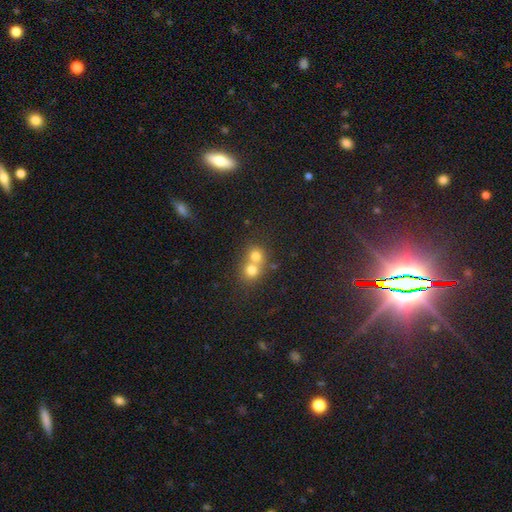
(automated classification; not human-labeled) smooth-or-featured: smooth: 74% | featured or disk: 14% | star or artifact: 13%
  how-rounded: round: 83% | in between: 16% | cigar-shaped: 1%
  merging: merger: 65% | none: 29% | minor disturbance: 4% | major disturbance: 2%